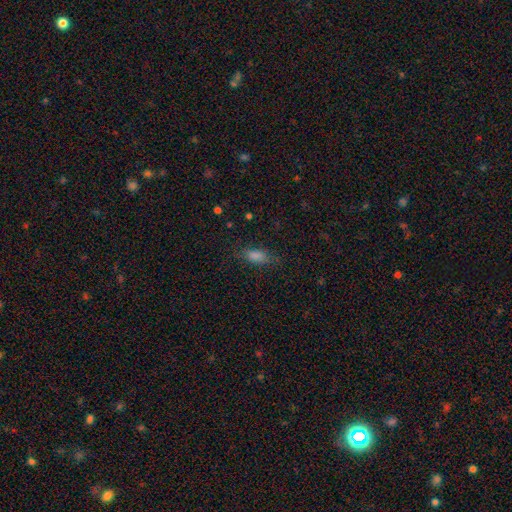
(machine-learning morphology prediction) This appears to be a smooth galaxy with no disk features (79%) that is in between round and cigar-shaped (80%). Merging: none (76%).